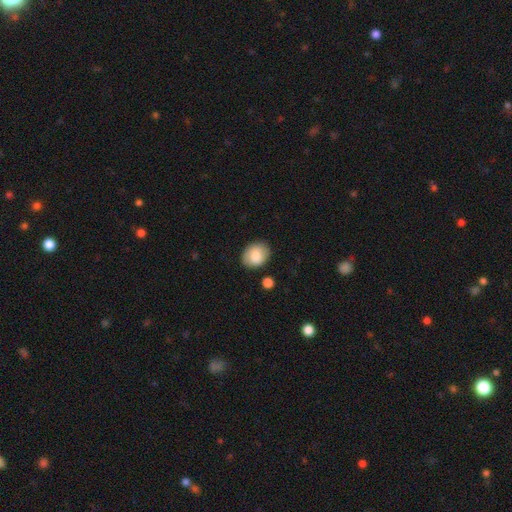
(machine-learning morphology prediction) This appears to be a smooth galaxy with no disk features (82%) that is in between round and cigar-shaped (56%). Merging: none (80%).